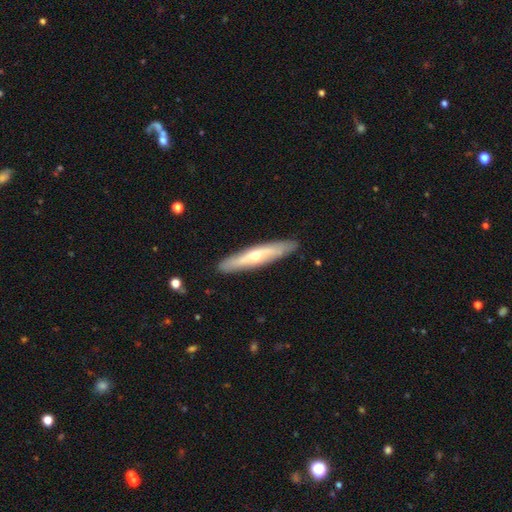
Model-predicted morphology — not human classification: The model was most divided on "smooth or featured": featured or disk: 55%, smooth: 40%, star or artifact: 5%. More confident: merging — none (89%); edge-on disk — yes (78%).